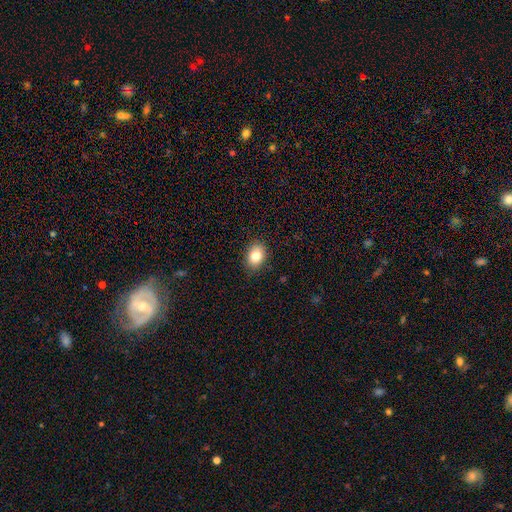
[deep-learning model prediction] Q: Smooth or featured?
A: smooth (84%); runner-up: star or artifact (9%)
Q: How rounded?
A: in between (71%); runner-up: round (28%)
Q: Merging?
A: none (86%); runner-up: minor disturbance (10%)